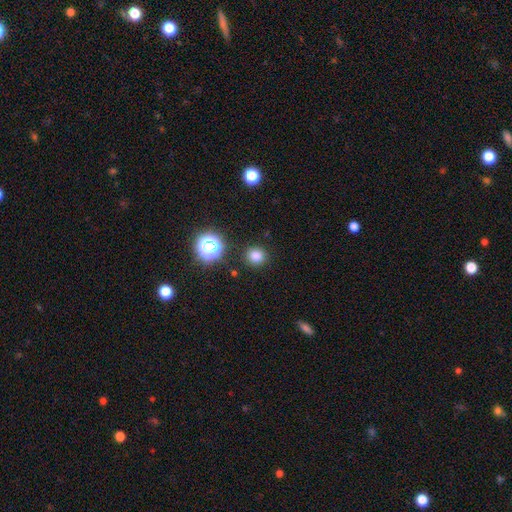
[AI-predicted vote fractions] Smooth or featured? Predicted: smooth (p=0.80). How rounded? Predicted: round (p=0.87). Merging? Predicted: none (p=0.88).